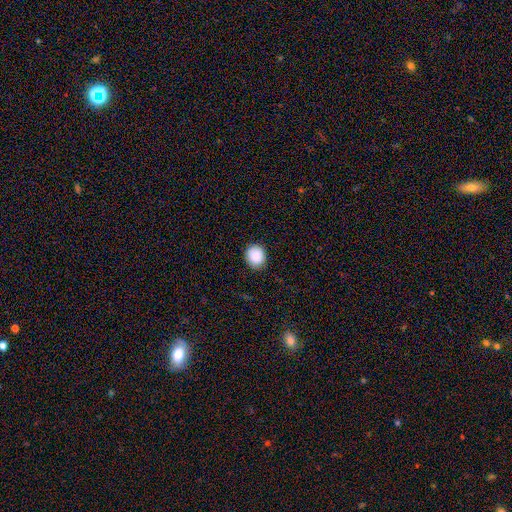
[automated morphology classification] Overall: smooth (89%). How rounded: round (72%). Merging: none (86%).